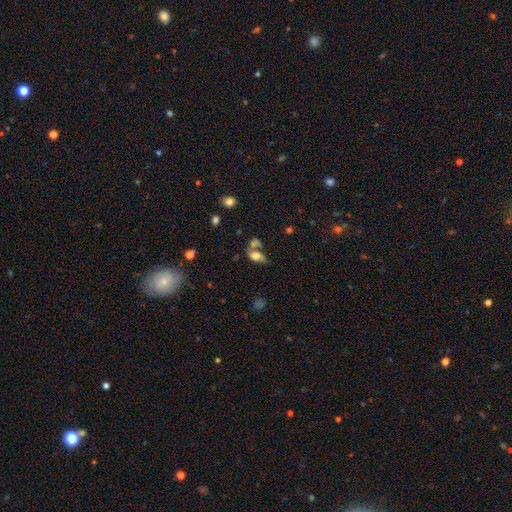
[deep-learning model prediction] This is likely a smooth galaxy (66%). How rounded: clearly in between (83%). Merging: possibly merger (46%).